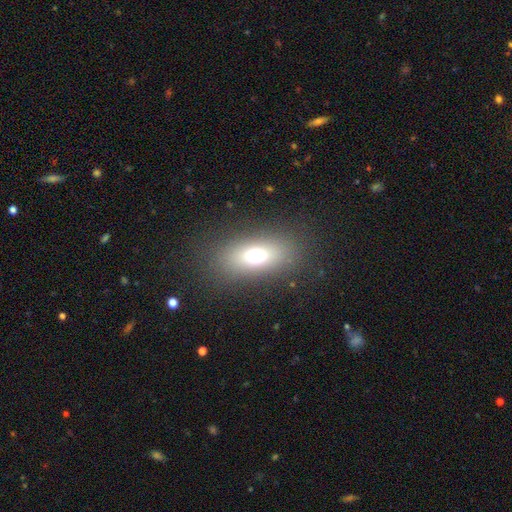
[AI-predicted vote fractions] A smooth galaxy with no disk features (64%) that is in between round and cigar-shaped (76%). Merging: none (83%).